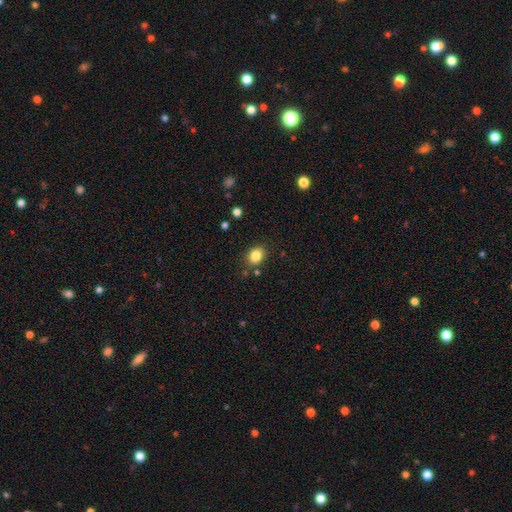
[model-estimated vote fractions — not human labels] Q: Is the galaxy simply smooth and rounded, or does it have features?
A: smooth — 83%.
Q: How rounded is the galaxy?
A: in between — 54%.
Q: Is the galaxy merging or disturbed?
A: none — 84%.